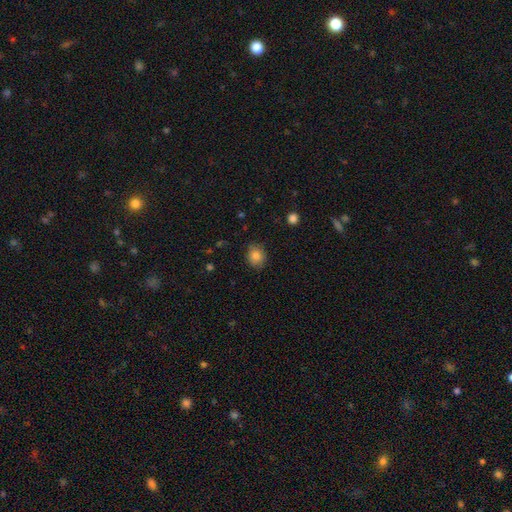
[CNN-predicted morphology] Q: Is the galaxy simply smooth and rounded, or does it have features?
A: smooth — 83%.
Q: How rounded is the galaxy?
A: round — 62%.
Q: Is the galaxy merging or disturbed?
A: none — 85%.